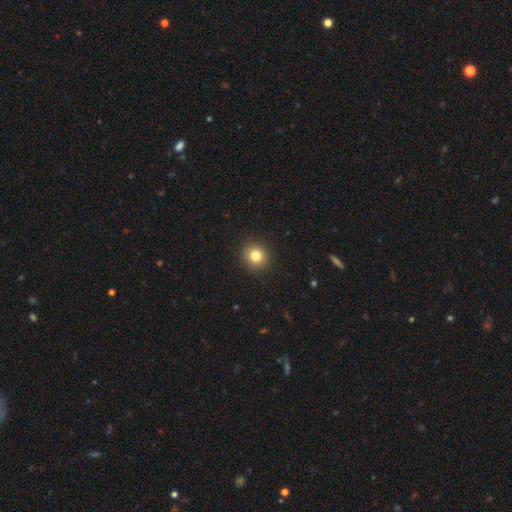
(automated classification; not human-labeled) Q: Smooth or featured?
A: smooth (82%); runner-up: star or artifact (11%)
Q: How rounded?
A: round (88%); runner-up: in between (11%)
Q: Merging?
A: none (92%); runner-up: minor disturbance (5%)